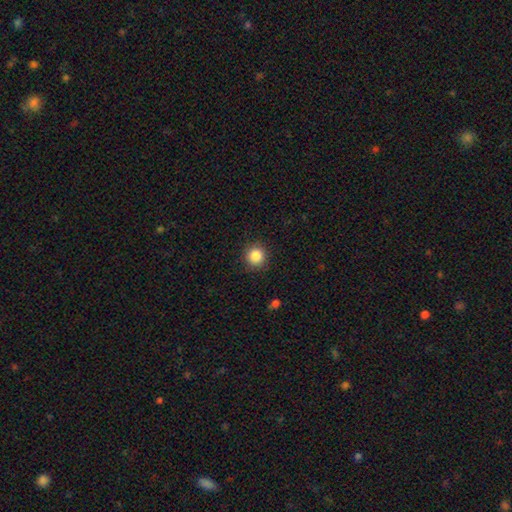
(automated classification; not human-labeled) Q: Smooth or featured?
A: smooth (86%); runner-up: star or artifact (10%)
Q: How rounded?
A: round (93%); runner-up: in between (6%)
Q: Merging?
A: none (90%); runner-up: minor disturbance (7%)